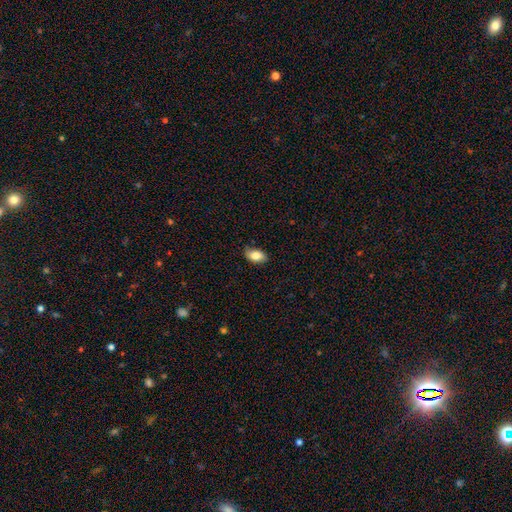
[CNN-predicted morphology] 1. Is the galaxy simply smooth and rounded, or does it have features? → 84% smooth, 8% featured or disk, 7% star or artifact.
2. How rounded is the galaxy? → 91% in between, 6% round, 3% cigar-shaped.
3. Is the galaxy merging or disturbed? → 82% none, 15% minor disturbance, 2% major disturbance, 1% merger.